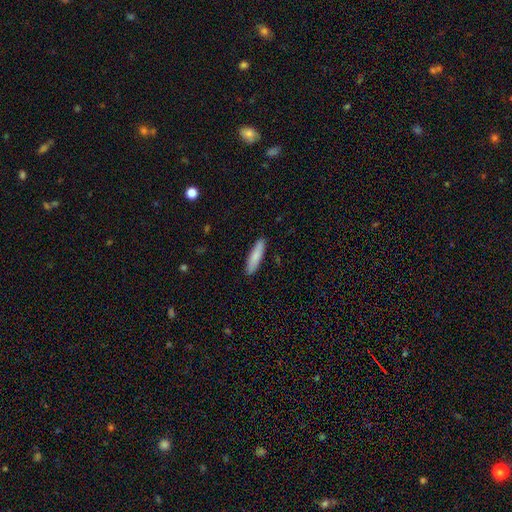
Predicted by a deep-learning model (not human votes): smooth-or-featured: smooth: 82% | featured or disk: 13% | star or artifact: 6%
  how-rounded: cigar-shaped: 79% | in between: 19% | round: 1%
  merging: none: 89% | minor disturbance: 8% | major disturbance: 2% | merger: 1%